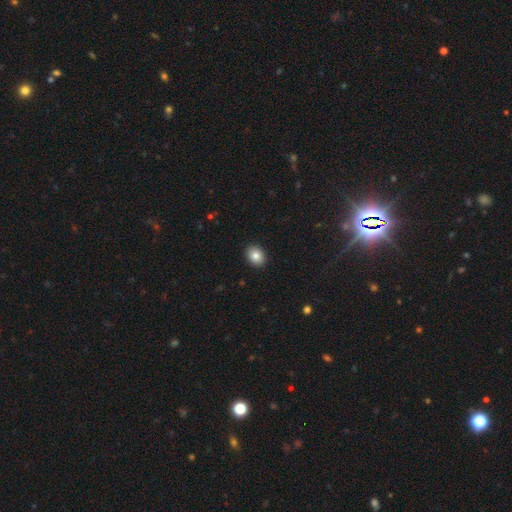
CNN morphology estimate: A smooth galaxy with no disk features (84%) that is round (53%). Merging: none (92%).